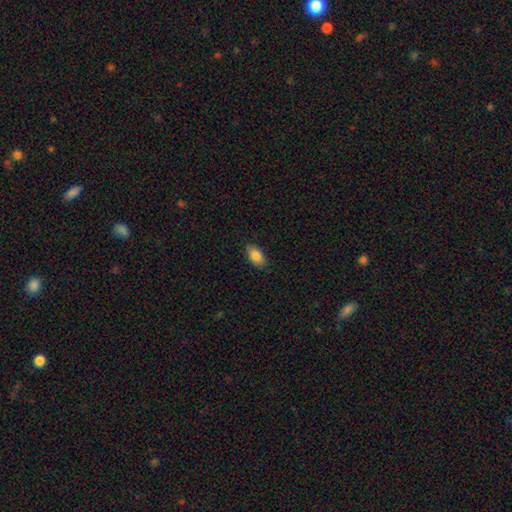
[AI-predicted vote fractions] Smooth or featured?
  - smooth: 86% *
  - star or artifact: 7%
  - featured or disk: 7%
How rounded?
  - in between: 92% *
  - round: 5%
  - cigar-shaped: 3%
Merging?
  - none: 85% *
  - minor disturbance: 12%
  - major disturbance: 2%
  - merger: 1%